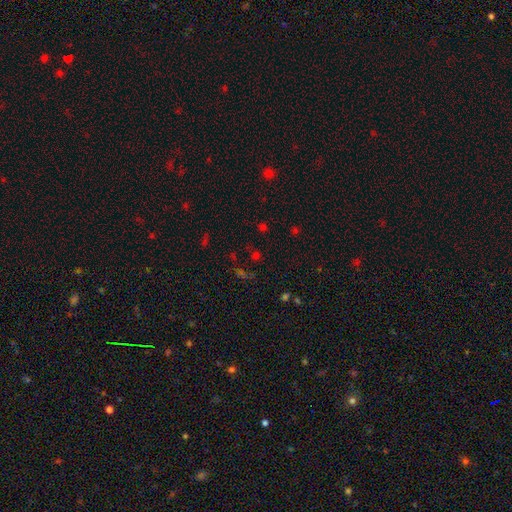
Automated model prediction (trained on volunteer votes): A star or artifact, not a galaxy (51%).